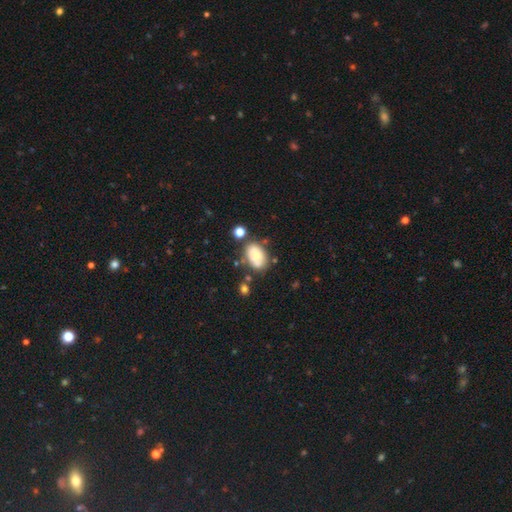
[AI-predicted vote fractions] Smooth or featured? smooth (72%)
How rounded? in between (87%)
Merging? none (62%)